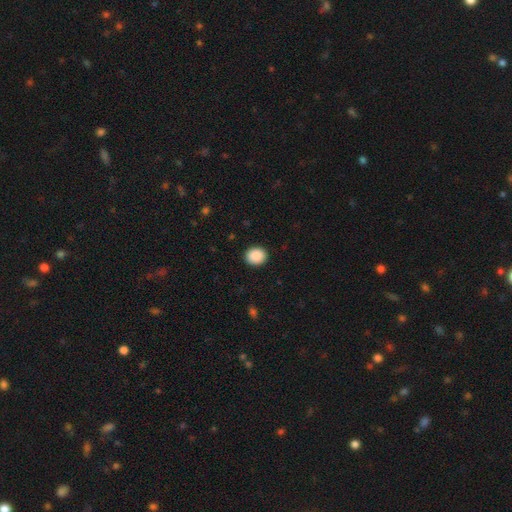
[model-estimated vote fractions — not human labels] A smooth galaxy with no disk features (89%) that is round (70%). Merging: none (92%).